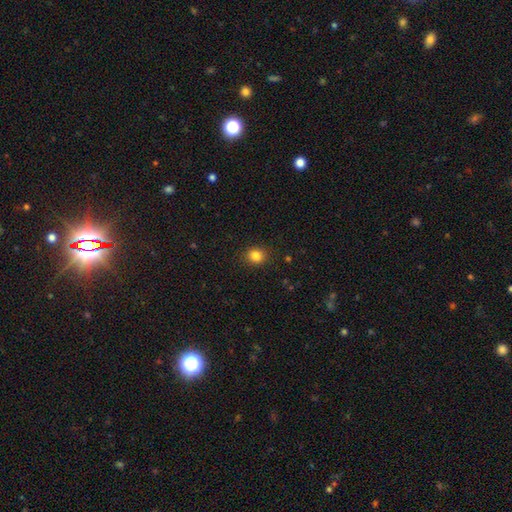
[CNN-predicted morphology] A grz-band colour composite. It shows a smooth galaxy with no disk features (85%) that is round (71%). Merging: none (89%).